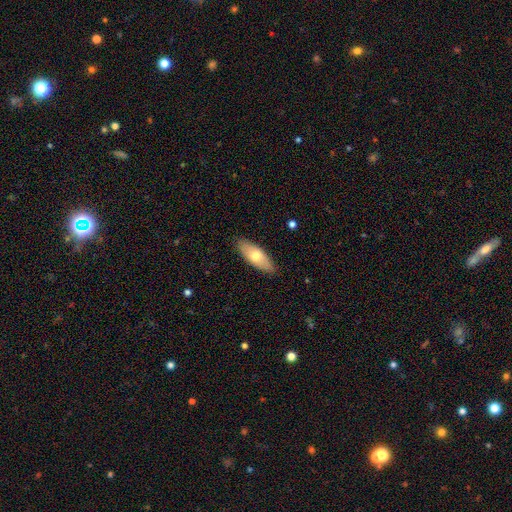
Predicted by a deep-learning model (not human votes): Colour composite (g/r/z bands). It shows a smooth galaxy with no disk features (67%) that is in between round and cigar-shaped (74%). Merging: none (87%).